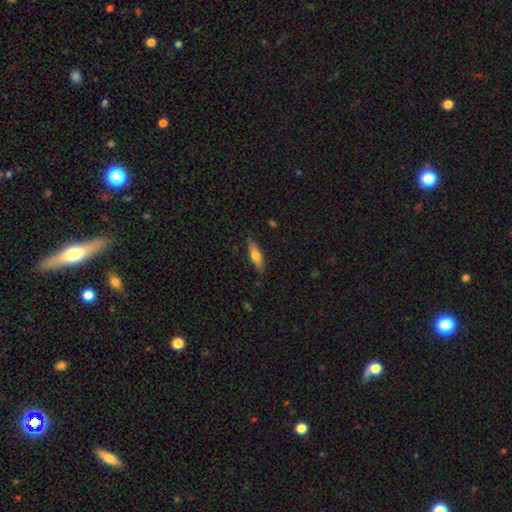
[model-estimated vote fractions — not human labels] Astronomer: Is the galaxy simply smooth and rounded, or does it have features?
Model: smooth — 62%.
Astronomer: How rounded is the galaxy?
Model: cigar-shaped — 68%.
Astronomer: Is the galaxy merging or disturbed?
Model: none — 86%.